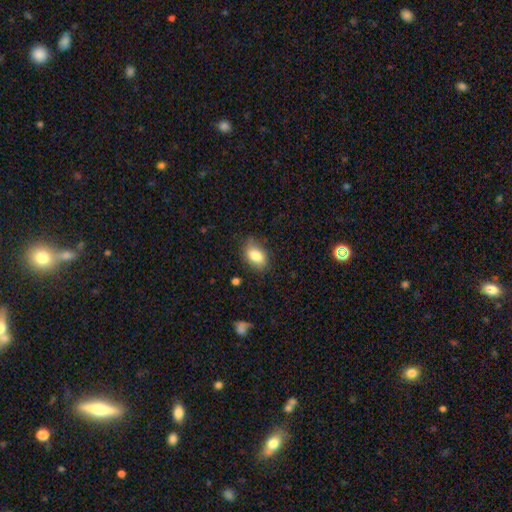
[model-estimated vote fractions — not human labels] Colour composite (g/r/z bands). It shows a smooth galaxy with no disk features (82%) that is in between round and cigar-shaped (87%). Merging: none (74%).